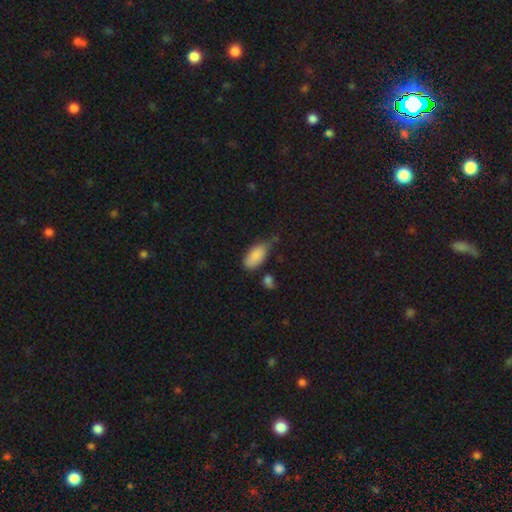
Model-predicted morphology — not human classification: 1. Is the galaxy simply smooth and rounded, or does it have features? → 87% smooth, 7% star or artifact, 6% featured or disk.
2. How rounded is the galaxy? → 89% in between, 8% cigar-shaped, 3% round.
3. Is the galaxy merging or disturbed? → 54% none, 34% minor disturbance, 7% major disturbance, 5% merger.